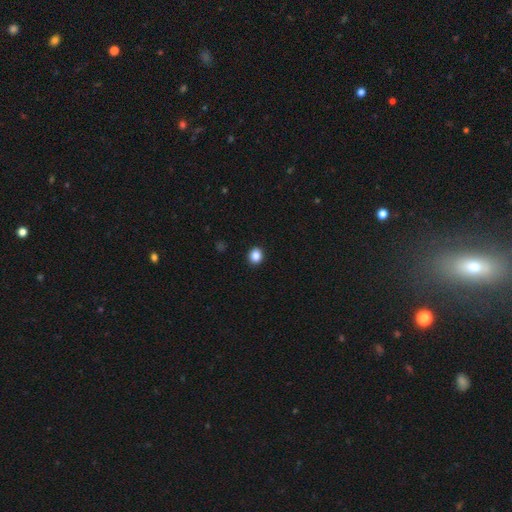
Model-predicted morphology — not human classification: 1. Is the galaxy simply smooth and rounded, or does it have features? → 87% smooth, 10% star or artifact, 3% featured or disk.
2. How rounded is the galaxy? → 72% round, 27% in between, 1% cigar-shaped.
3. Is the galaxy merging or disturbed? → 92% none, 5% minor disturbance, 2% major disturbance, 1% merger.